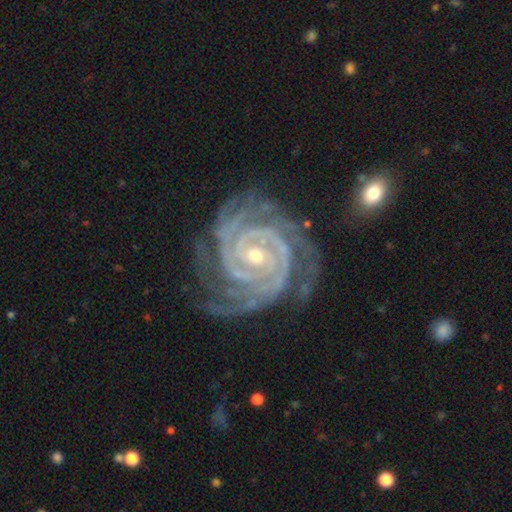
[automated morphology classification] Smooth or featured? Predicted: featured or disk (p=0.94). Edge-on disk? Predicted: no (p=0.98). Bar? Predicted: no (p=0.55). Spiral arms? Predicted: yes (p=0.99). Spiral winding? Predicted: tight (p=0.84). Spiral arm count? Predicted: 3 (p=0.25). Bulge size? Predicted: small (p=0.50). Merging? Predicted: none (p=0.73).